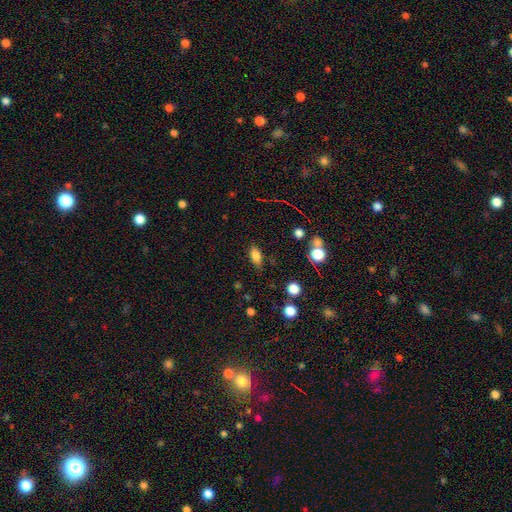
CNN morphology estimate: smooth 80%, star or artifact 11%, featured or disk 9%. Down the decision tree: how rounded — in between (83%); merging — none (78%).